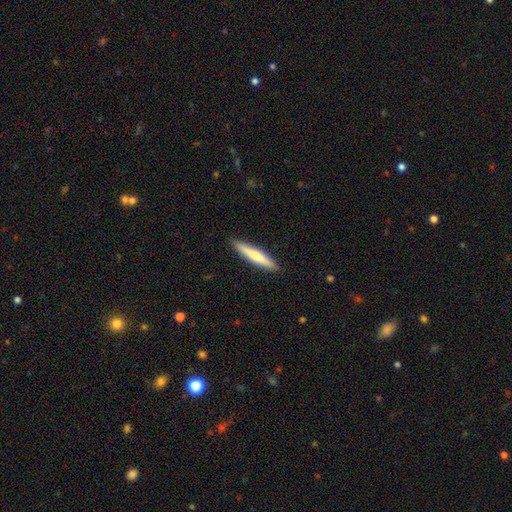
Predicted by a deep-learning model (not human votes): smooth-or-featured: smooth: 64% | featured or disk: 31% | star or artifact: 5%
  how-rounded: cigar-shaped: 92% | in between: 6% | round: 1%
  merging: none: 91% | minor disturbance: 7% | major disturbance: 1% | merger: 1%